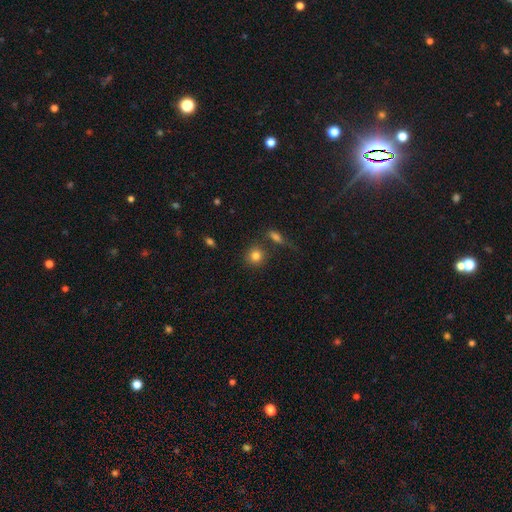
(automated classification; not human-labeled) Smooth or featured?
  - smooth: 82% *
  - star or artifact: 11%
  - featured or disk: 8%
How rounded?
  - round: 87% *
  - in between: 12%
  - cigar-shaped: 1%
Merging?
  - none: 76% *
  - merger: 10%
  - minor disturbance: 10%
  - major disturbance: 4%